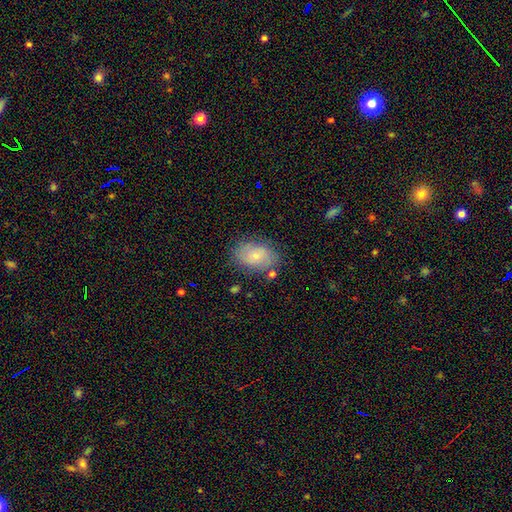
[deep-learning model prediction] Smooth or featured? Predicted: smooth (p=0.63). How rounded? Predicted: in between (p=0.83). Merging? Predicted: none (p=0.76).